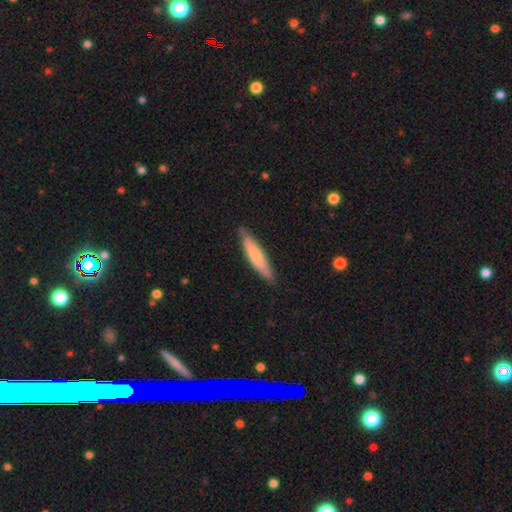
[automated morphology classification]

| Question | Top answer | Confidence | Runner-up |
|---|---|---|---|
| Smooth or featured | smooth | 74% | featured or disk (21%) |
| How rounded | cigar-shaped | 87% | in between (12%) |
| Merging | none | 86% | minor disturbance (11%) |